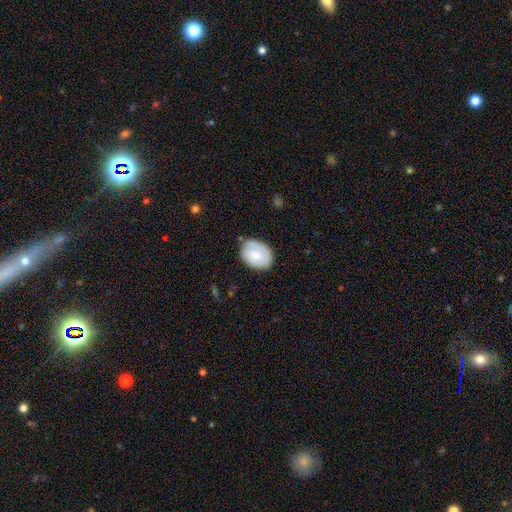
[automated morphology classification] Q: Smooth or featured?
A: smooth (65%); runner-up: featured or disk (29%)
Q: How rounded?
A: in between (67%); runner-up: round (32%)
Q: Merging?
A: none (72%); runner-up: minor disturbance (21%)